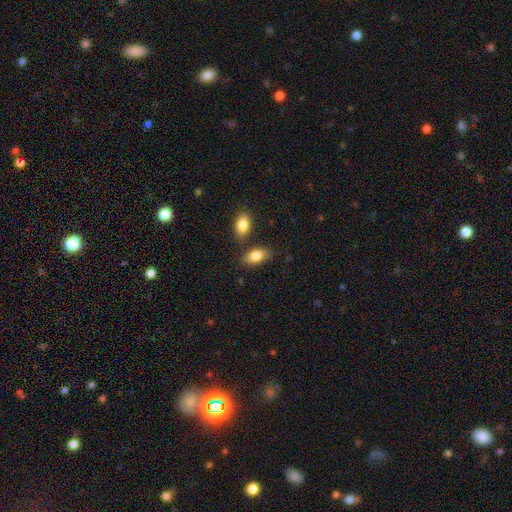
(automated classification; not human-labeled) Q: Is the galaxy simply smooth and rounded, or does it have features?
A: smooth — 84%.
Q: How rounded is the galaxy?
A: in between — 91%.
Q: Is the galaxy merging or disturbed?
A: none — 74%.